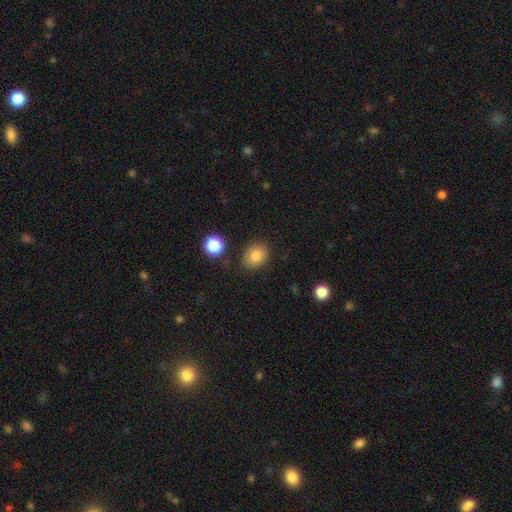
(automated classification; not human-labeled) A smooth galaxy with no disk features (83%) that is in between round and cigar-shaped (51%). Merging: none (84%).